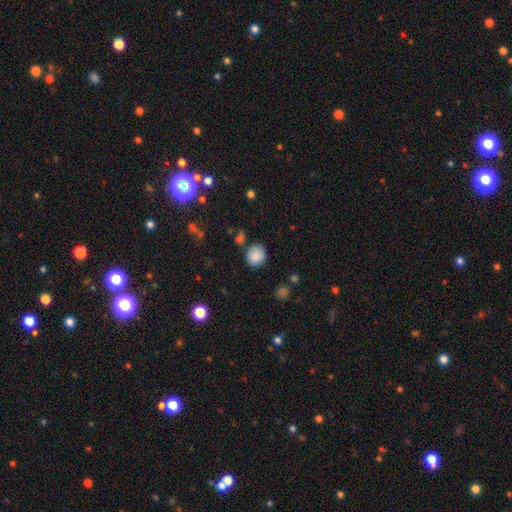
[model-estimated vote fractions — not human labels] Q: Smooth or featured?
A: smooth (86%); runner-up: star or artifact (9%)
Q: How rounded?
A: round (89%); runner-up: in between (10%)
Q: Merging?
A: none (78%); runner-up: minor disturbance (14%)